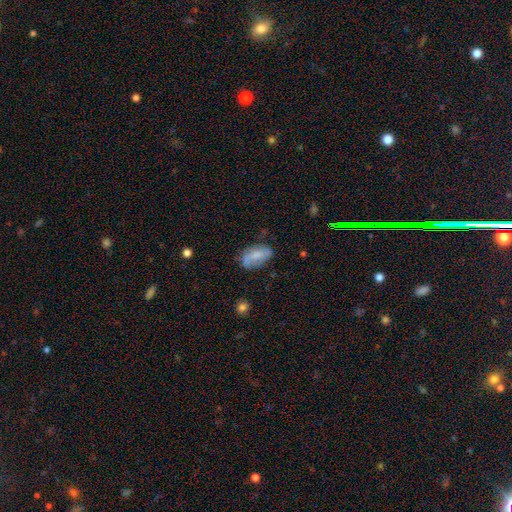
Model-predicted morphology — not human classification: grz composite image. It shows a smooth galaxy with no disk features (62%) that is in between round and cigar-shaped (90%). Merging: none (60%).